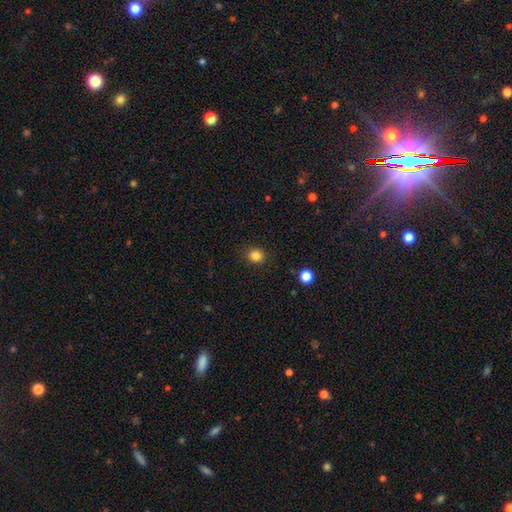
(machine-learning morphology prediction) smooth 84%, star or artifact 12%, featured or disk 4%. Down the decision tree: how rounded — round (82%); merging — none (89%).